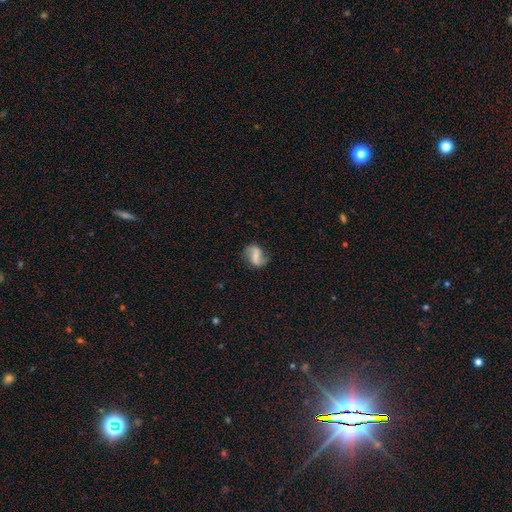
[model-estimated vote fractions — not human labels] Q: Smooth or featured?
A: featured or disk (68%); runner-up: smooth (24%)
Q: Edge-on disk?
A: no (97%); runner-up: yes (3%)
Q: Bar?
A: weak (39%); runner-up: strong (38%)
Q: Spiral arms?
A: yes (90%); runner-up: no (10%)
Q: Spiral winding?
A: loose (66%); runner-up: medium (26%)
Q: Spiral arm count?
A: 2 (89%); runner-up: 1 (4%)
Q: Bulge size?
A: small (45%); runner-up: none (26%)
Q: Merging?
A: none (74%); runner-up: minor disturbance (17%)